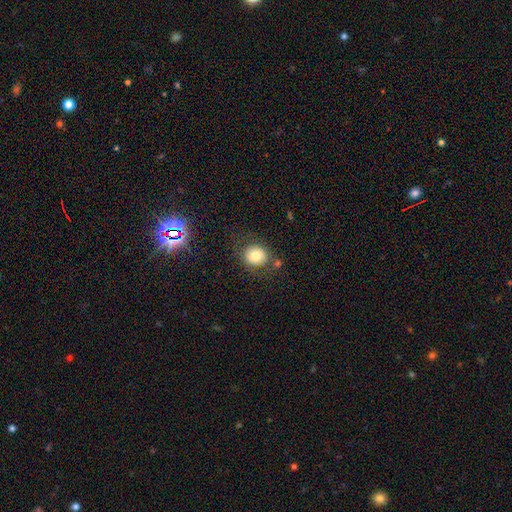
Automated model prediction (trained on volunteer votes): The model was most divided on "smooth or featured": smooth: 75%, featured or disk: 13%, star or artifact: 12%. More confident: how rounded — round (81%); merging — none (75%).